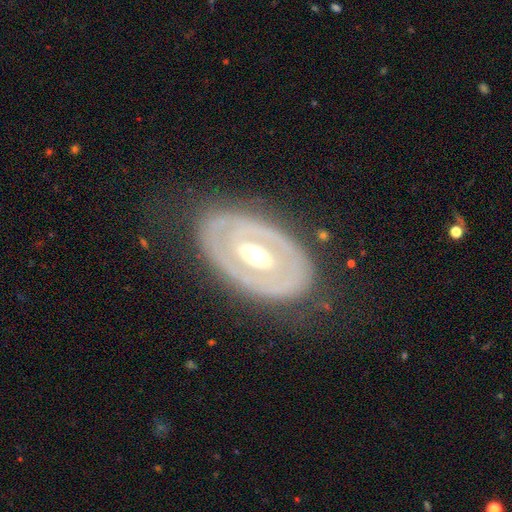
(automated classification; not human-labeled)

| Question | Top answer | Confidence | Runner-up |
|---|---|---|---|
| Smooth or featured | featured or disk | 74% | smooth (21%) |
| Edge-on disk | no | 91% | yes (9%) |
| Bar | no | 57% | weak (26%) |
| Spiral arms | no | 73% | yes (27%) |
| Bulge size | moderate | 70% | small (14%) |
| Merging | none | 76% | minor disturbance (16%) |